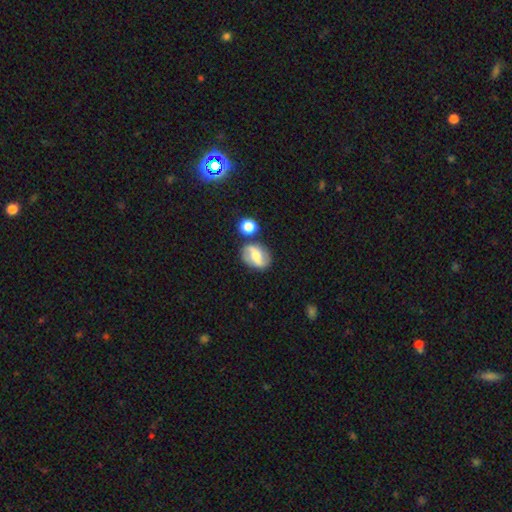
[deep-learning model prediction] Smooth or featured? Predicted: featured or disk (p=0.66). Edge-on disk? Predicted: no (p=0.96). Bar? Predicted: weak (p=0.40). Spiral arms? Predicted: yes (p=0.87). Spiral winding? Predicted: medium (p=0.43). Spiral arm count? Predicted: 2 (p=0.89). Bulge size? Predicted: moderate (p=0.60). Merging? Predicted: none (p=0.73).